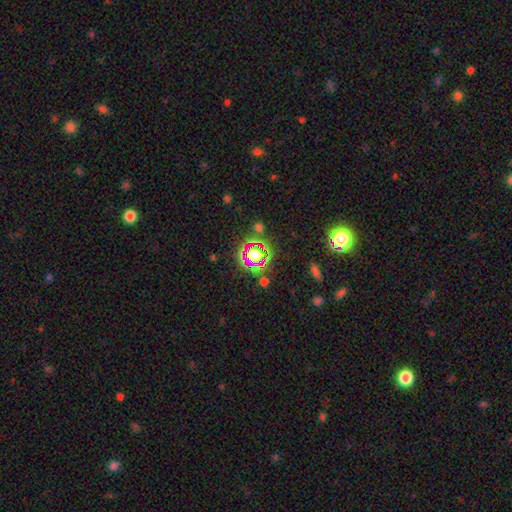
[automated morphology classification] This is likely a star or artifact rather than a galaxy (60%).